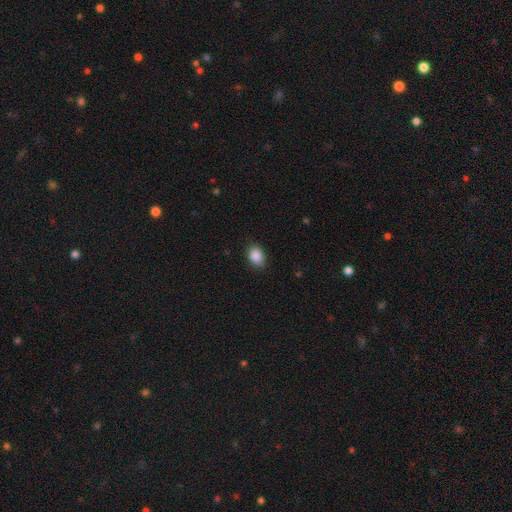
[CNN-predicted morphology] type=smooth (89%); roundness=in between (78%); merging=none (87%).